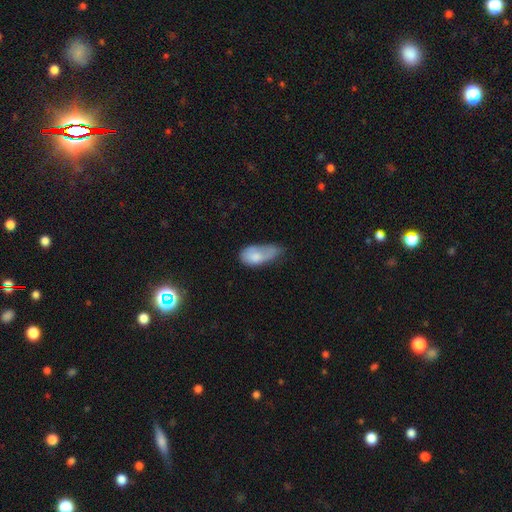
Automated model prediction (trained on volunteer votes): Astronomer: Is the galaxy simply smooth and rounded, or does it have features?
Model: smooth — 74%.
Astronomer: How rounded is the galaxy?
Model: in between — 89%.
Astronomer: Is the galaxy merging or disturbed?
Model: minor disturbance — 39% (runner-up: major disturbance, 32%).